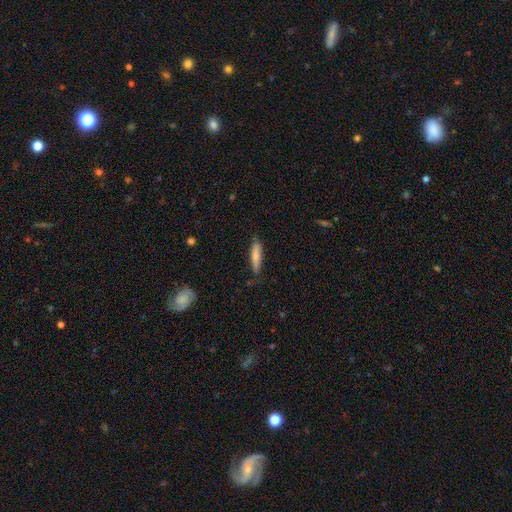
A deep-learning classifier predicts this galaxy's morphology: Smooth or featured? Predicted: smooth (p=0.75). How rounded? Predicted: cigar-shaped (p=0.76). Merging? Predicted: none (p=0.77).